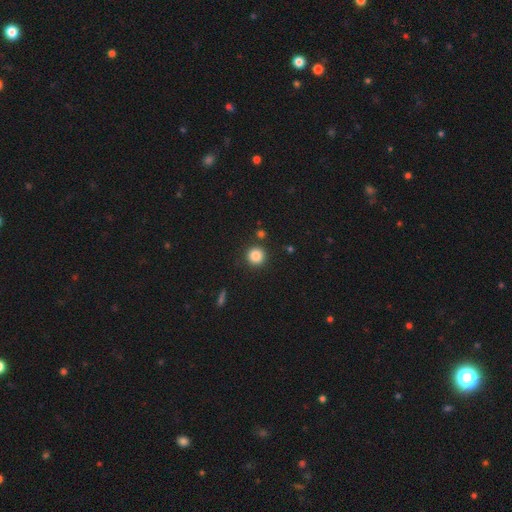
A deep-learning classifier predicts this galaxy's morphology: Smooth or featured? Predicted: smooth (p=0.86). How rounded? Predicted: round (p=0.94). Merging? Predicted: none (p=0.89).